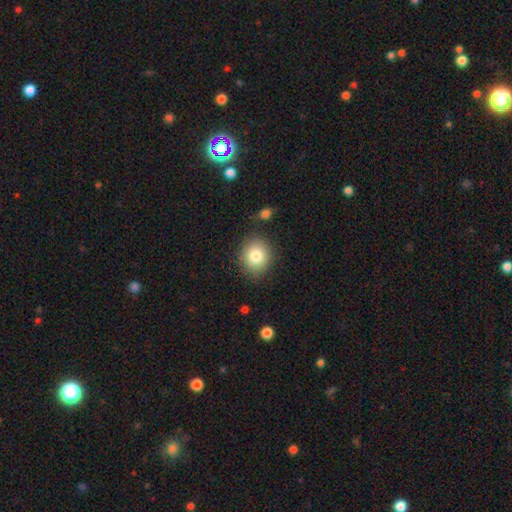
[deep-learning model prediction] Smooth or featured? smooth (82%)
How rounded? round (73%)
Merging? none (82%)